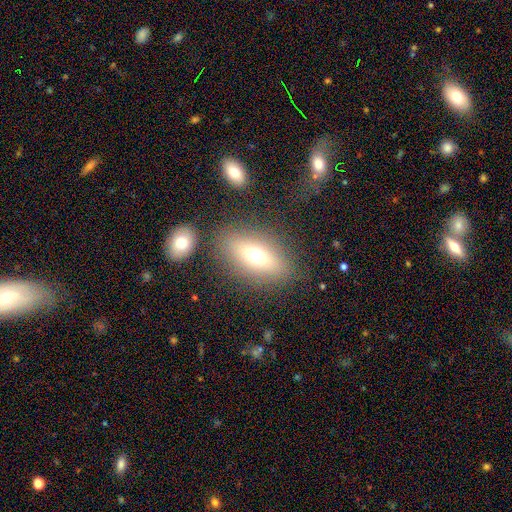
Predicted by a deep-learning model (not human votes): This appears to be a smooth galaxy with no disk features (66%) that is in between round and cigar-shaped (81%). Merging: none (78%).